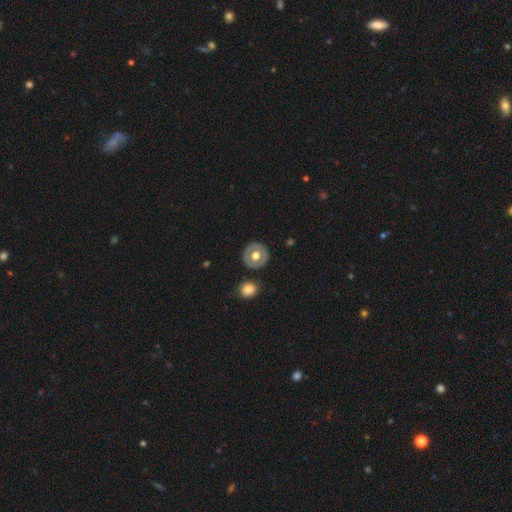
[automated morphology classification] This appears to be a smooth galaxy with no disk features (51%) that is round (88%). Merging: none (86%).